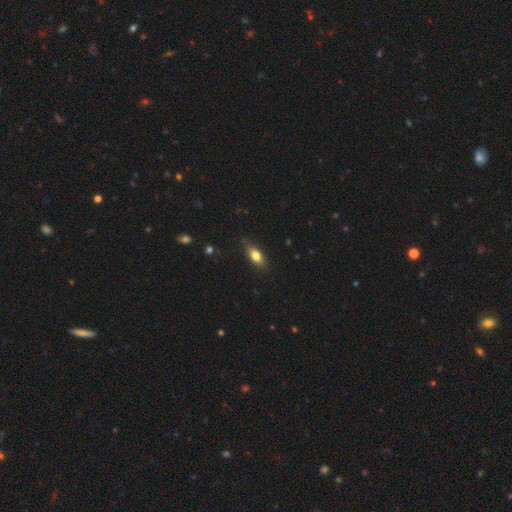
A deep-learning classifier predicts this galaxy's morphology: This is likely a smooth galaxy (74%). How rounded: likely in between (76%). Merging: likely none (80%).